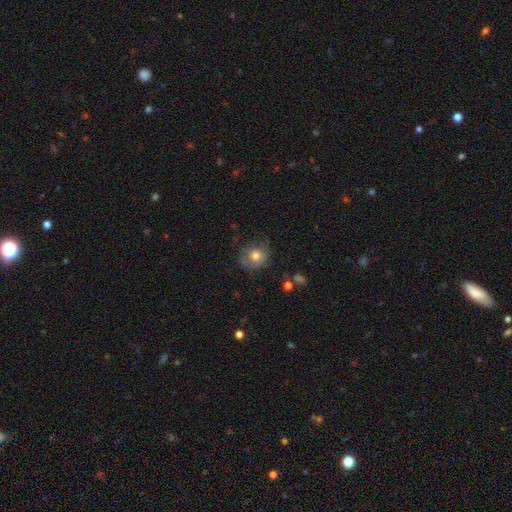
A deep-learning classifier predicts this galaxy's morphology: Smooth or featured?
  - smooth: 69% *
  - featured or disk: 22%
  - star or artifact: 9%
How rounded?
  - round: 77% *
  - in between: 22%
  - cigar-shaped: 1%
Merging?
  - none: 60% *
  - minor disturbance: 25%
  - major disturbance: 13%
  - merger: 2%